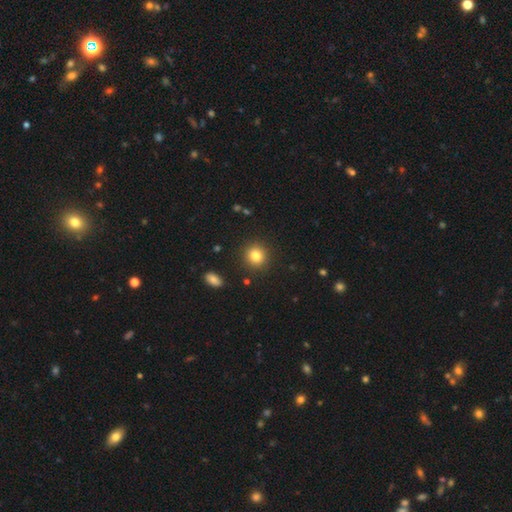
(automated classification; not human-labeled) Smooth or featured: smooth — 83% (star or artifact — 11%)
How rounded: round — 87% (in between — 12%)
Merging: none — 89% (minor disturbance — 7%)